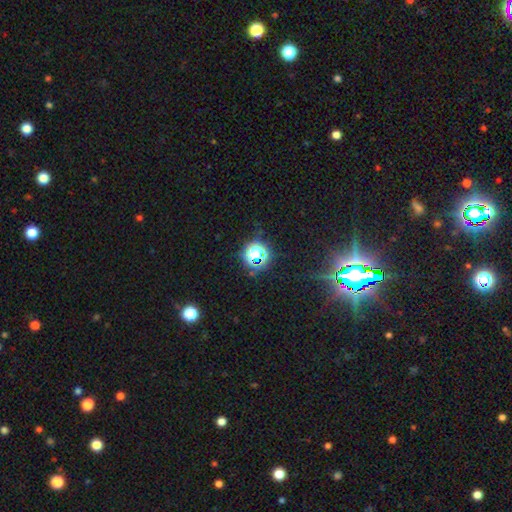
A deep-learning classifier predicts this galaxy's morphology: This appears to be a star or artifact, not a galaxy (65%).